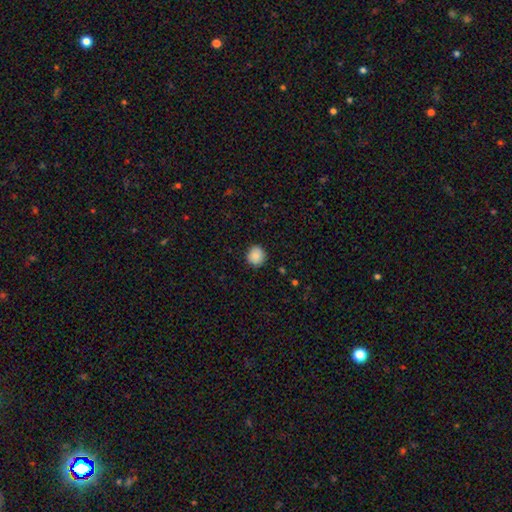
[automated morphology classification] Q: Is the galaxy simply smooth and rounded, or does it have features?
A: smooth — 87%.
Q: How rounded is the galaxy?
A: round — 89%.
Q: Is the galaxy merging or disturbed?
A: none — 88%.